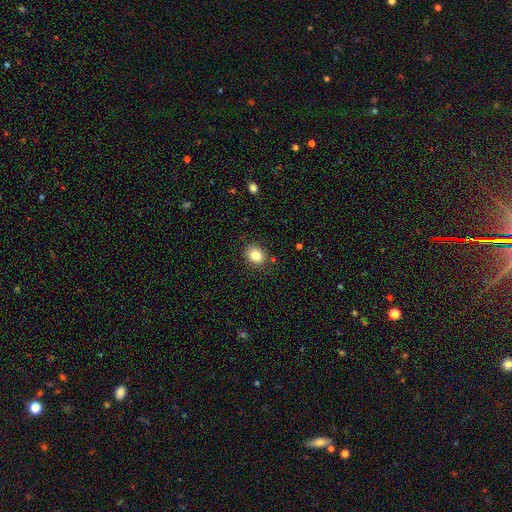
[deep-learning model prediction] smooth-or-featured: smooth: 82% | star or artifact: 10% | featured or disk: 7%
  how-rounded: round: 57% | in between: 42% | cigar-shaped: 1%
  merging: none: 85% | minor disturbance: 11% | major disturbance: 3% | merger: 2%